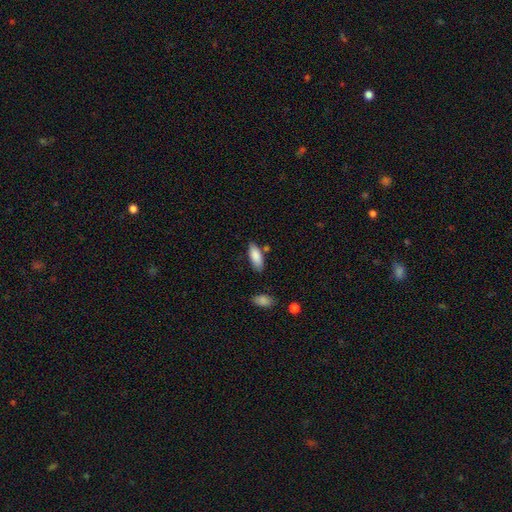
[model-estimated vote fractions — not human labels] This appears to be a smooth galaxy with no disk features (86%) that is in between round and cigar-shaped (78%). Merging: none (75%).